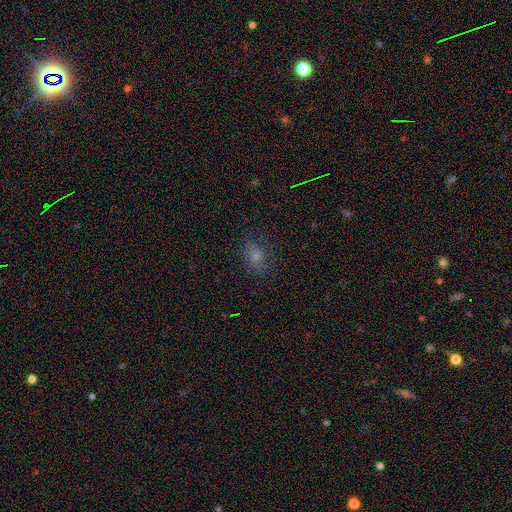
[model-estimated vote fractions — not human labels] smooth 69%, star or artifact 20%, featured or disk 11%. Down the decision tree: how rounded — in between (57%); merging — none (80%).